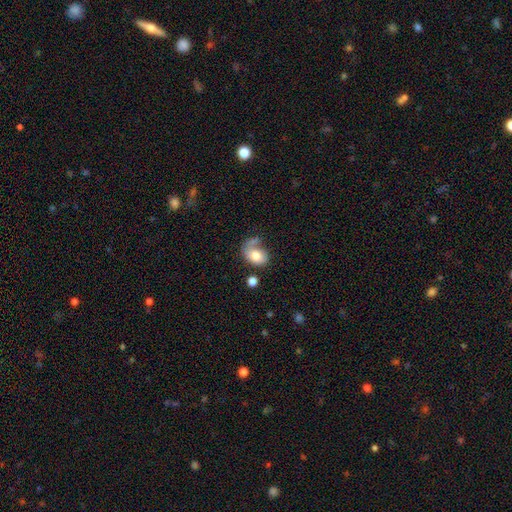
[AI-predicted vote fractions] smooth 72%, featured or disk 21%, star or artifact 8%. Down the decision tree: how rounded — in between (71%); merging — none (35%).